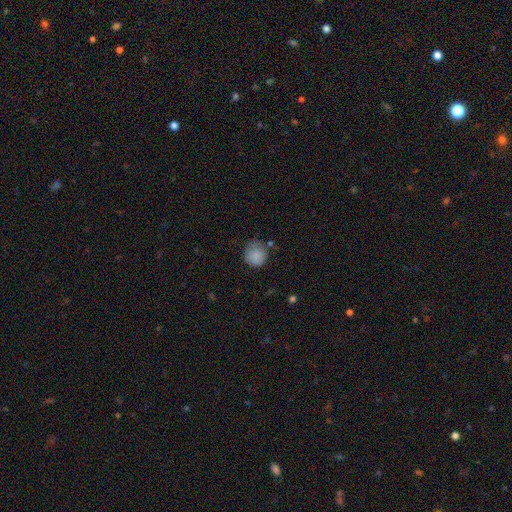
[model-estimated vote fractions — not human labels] This is clearly a smooth galaxy (83%). How rounded: clearly round (84%). Merging: possibly none (60%).